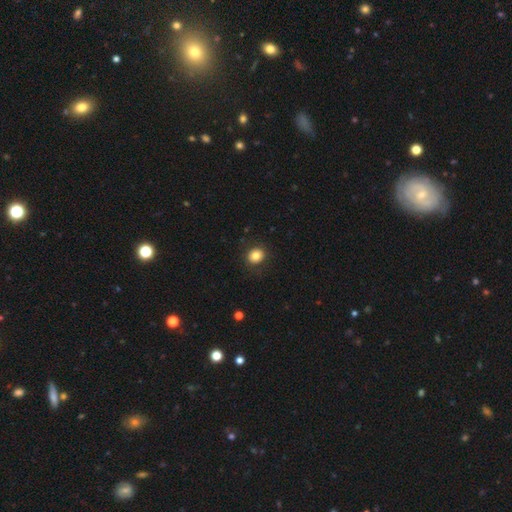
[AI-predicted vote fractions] This is clearly a smooth galaxy (82%). How rounded: likely round (78%). Merging: clearly none (87%).